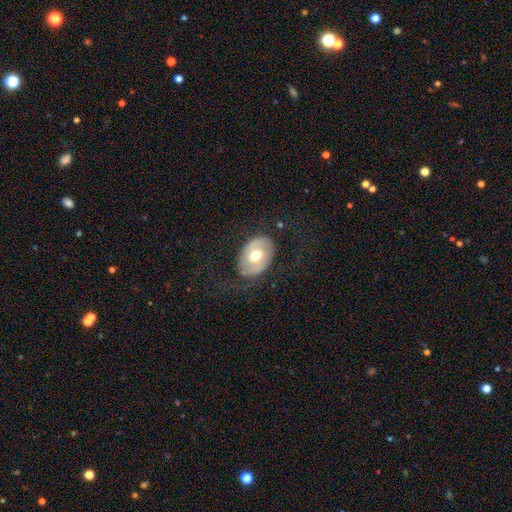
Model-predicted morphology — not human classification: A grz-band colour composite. It shows a smooth galaxy with no disk features (48%). Merging: none (71%).